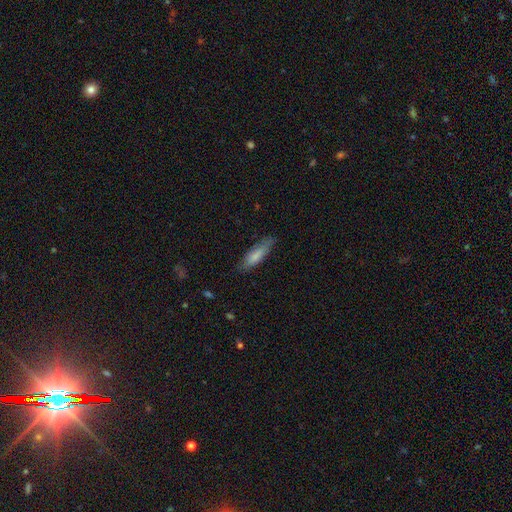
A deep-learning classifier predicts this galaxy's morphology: Q: Smooth or featured?
A: smooth (76%); runner-up: featured or disk (19%)
Q: How rounded?
A: cigar-shaped (62%); runner-up: in between (36%)
Q: Merging?
A: none (76%); runner-up: minor disturbance (19%)